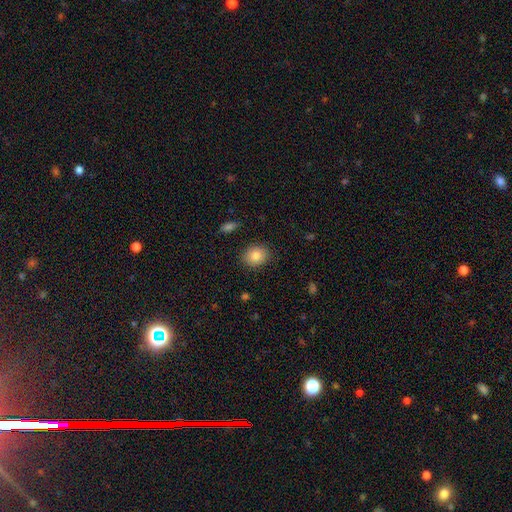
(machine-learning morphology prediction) smooth-or-featured: smooth: 84% | star or artifact: 8% | featured or disk: 7%
  how-rounded: round: 53% | in between: 46% | cigar-shaped: 1%
  merging: none: 88% | minor disturbance: 9% | major disturbance: 2% | merger: 1%